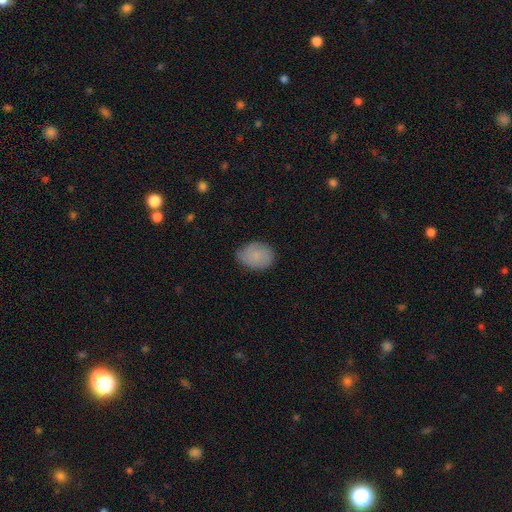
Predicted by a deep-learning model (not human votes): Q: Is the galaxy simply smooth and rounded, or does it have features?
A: smooth — 83%.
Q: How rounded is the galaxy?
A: in between — 70%.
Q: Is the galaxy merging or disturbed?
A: none — 75%.